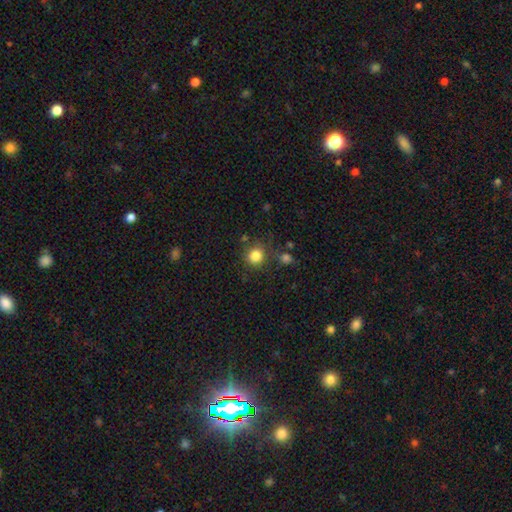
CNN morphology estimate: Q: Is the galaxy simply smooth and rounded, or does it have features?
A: smooth — 83%.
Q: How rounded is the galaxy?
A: round — 89%.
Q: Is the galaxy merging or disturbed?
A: none — 77%.